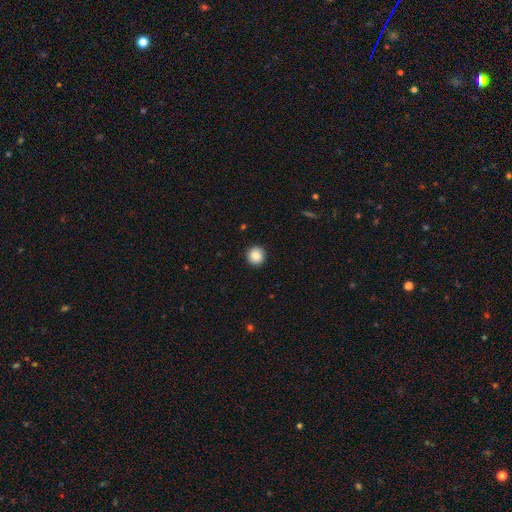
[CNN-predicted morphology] The model was most divided on "smooth or featured": smooth: 87%, star or artifact: 9%, featured or disk: 4%. More confident: how rounded — round (94%); merging — none (92%).